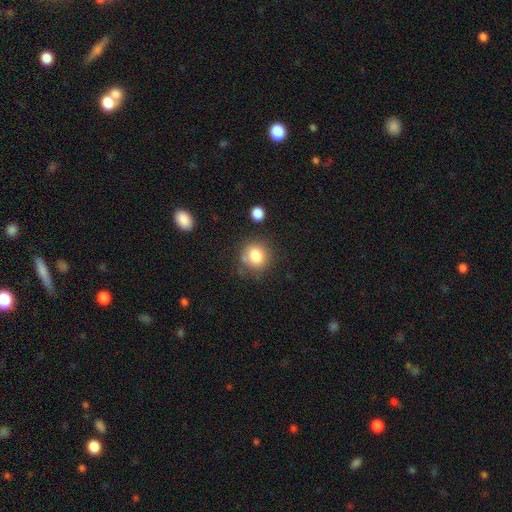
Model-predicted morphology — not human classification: Q: Smooth or featured?
A: smooth (81%); runner-up: star or artifact (11%)
Q: How rounded?
A: round (80%); runner-up: in between (19%)
Q: Merging?
A: none (74%); runner-up: minor disturbance (14%)